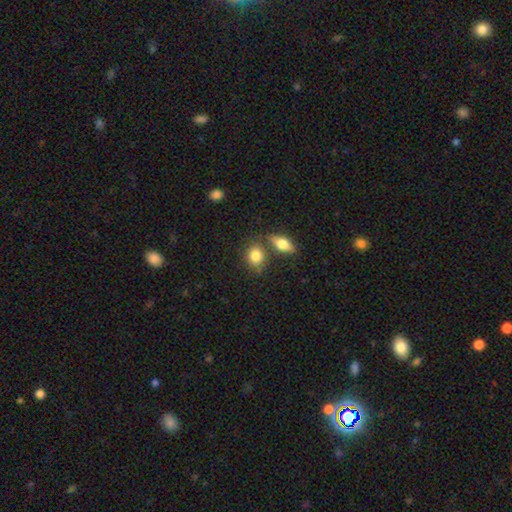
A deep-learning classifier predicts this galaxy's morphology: Overall: smooth (82%). How rounded: round (54%; in between 44%). Merging: none (62%; merger 22%).